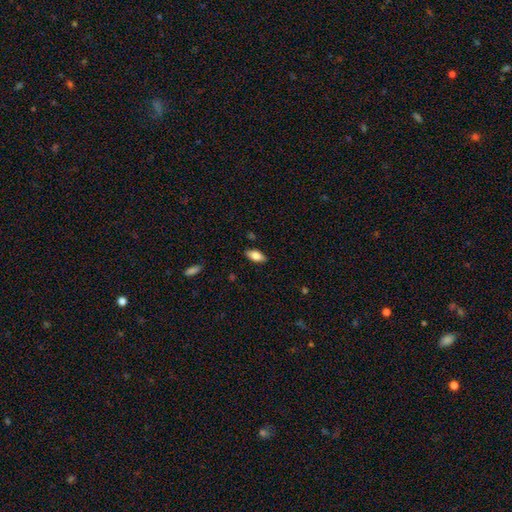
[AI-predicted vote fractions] Morphology: type=smooth (78%); roundness=in between (85%); merging=none (86%).